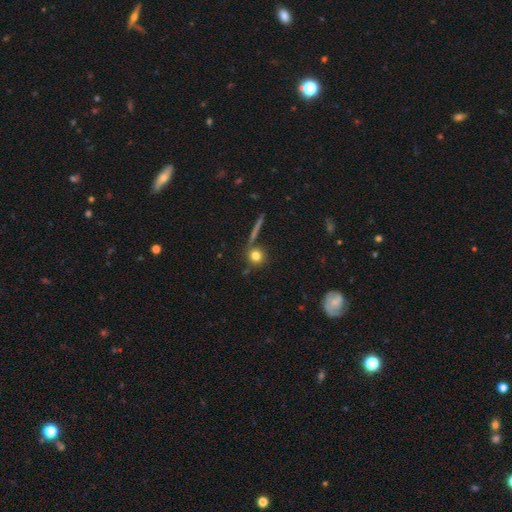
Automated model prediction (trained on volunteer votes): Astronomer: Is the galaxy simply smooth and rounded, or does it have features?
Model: smooth — 79%.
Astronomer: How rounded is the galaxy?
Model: round — 91%.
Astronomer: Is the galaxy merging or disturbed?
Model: none — 76%.